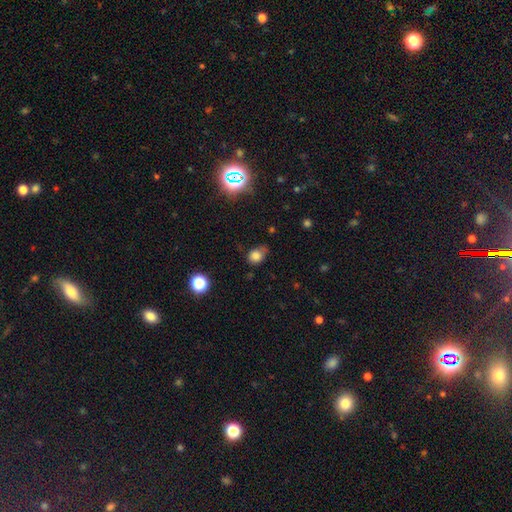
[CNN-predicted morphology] smooth_or_featured: smooth (p=0.79) [alt: star or artifact p=0.14]
how_rounded: in between (p=0.51) [alt: round p=0.48]
merging: none (p=0.48) [alt: minor disturbance p=0.37]